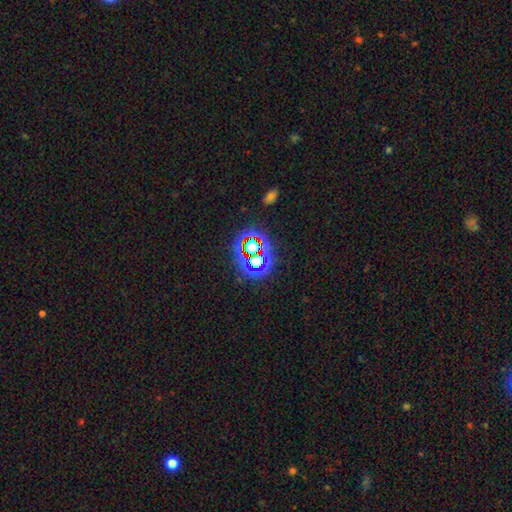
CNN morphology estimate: star or artifact 70%, smooth 17%, featured or disk 12%.